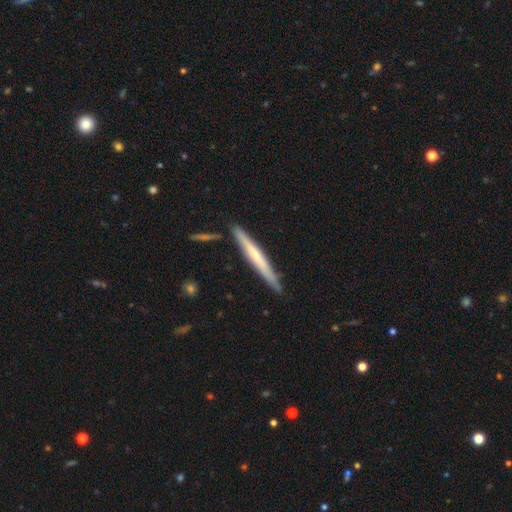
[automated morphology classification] This is possibly a featured or disk galaxy (53%). It is clearly viewed edge-on (95%). Edge-on bulge: possibly none (55%). Merging: clearly none (83%).